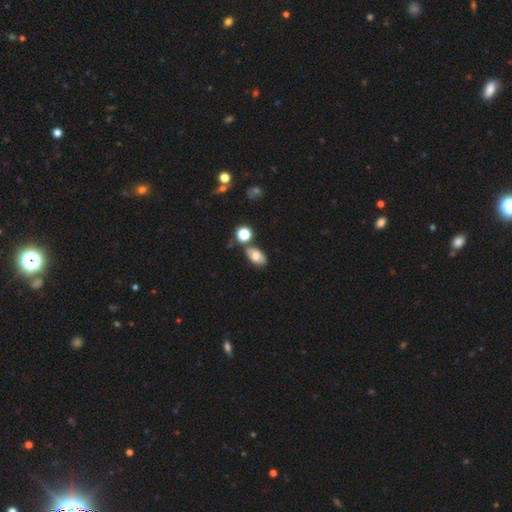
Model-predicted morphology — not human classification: Smooth or featured? smooth (73%)
How rounded? in between (90%)
Merging? none (69%)